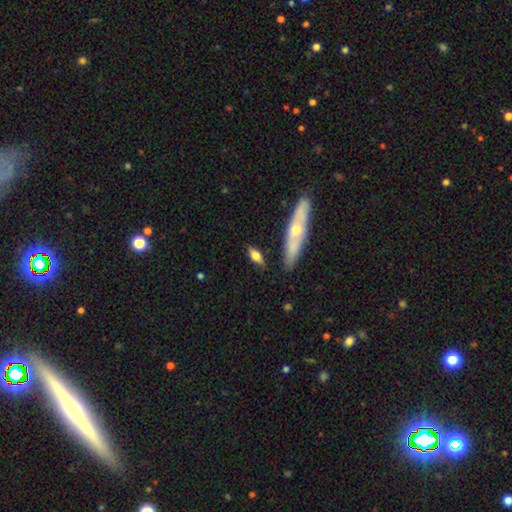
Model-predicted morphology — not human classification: smooth-or-featured: smooth: 62% | featured or disk: 32% | star or artifact: 7%
  how-rounded: in between: 60% | cigar-shaped: 36% | round: 4%
  merging: none: 78% | minor disturbance: 14% | merger: 5% | major disturbance: 4%